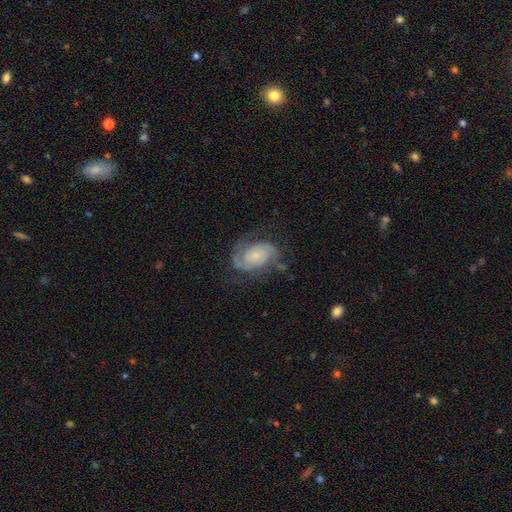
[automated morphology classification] A featured or disk galaxy (84%) with no bar (63%), 2 (87%) medium (46%) spiral arms (96%) and a small central bulge (56%). Merging: none (69%).